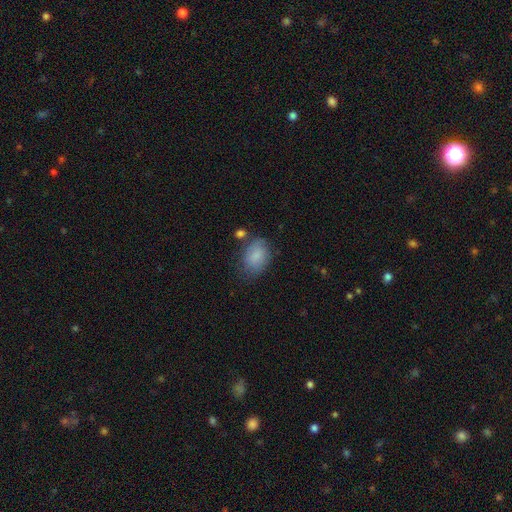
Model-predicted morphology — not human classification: type=smooth (84%); roundness=in between (79%); merging=none (60%).